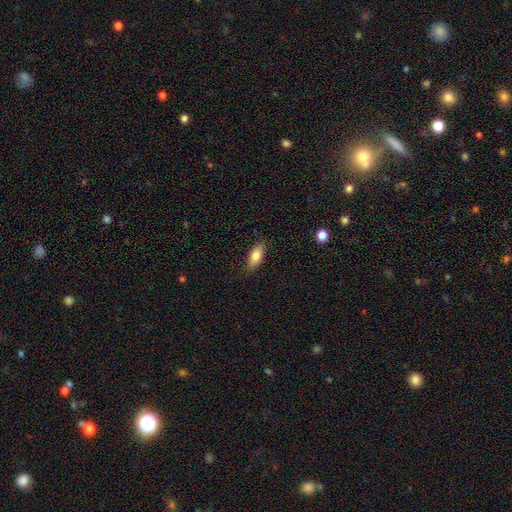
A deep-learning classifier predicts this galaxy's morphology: smooth_or_featured: smooth (p=0.80) [alt: featured or disk p=0.13]
how_rounded: in between (p=0.78) [alt: cigar-shaped p=0.19]
merging: none (p=0.83) [alt: minor disturbance p=0.13]